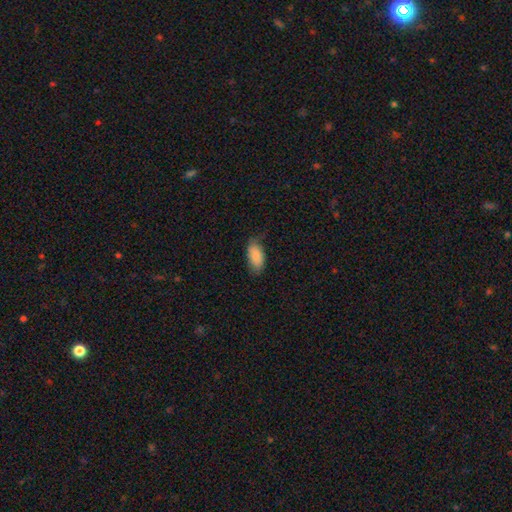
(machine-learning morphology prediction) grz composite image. It shows a smooth galaxy with no disk features (87%) that is in between round and cigar-shaped (93%). Merging: none (70%).